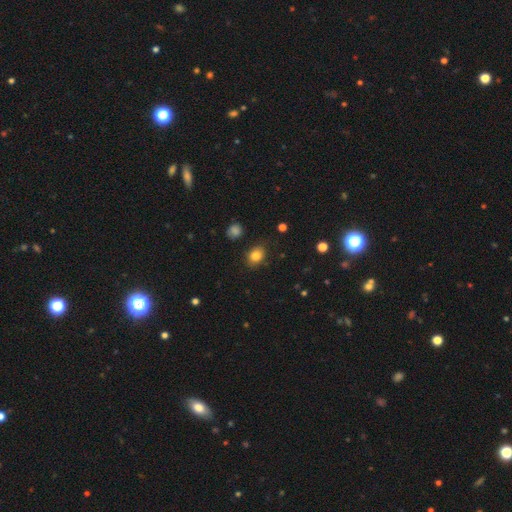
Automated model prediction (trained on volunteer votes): Smooth or featured? smooth (82%)
How rounded? in between (52%)
Merging? none (84%)